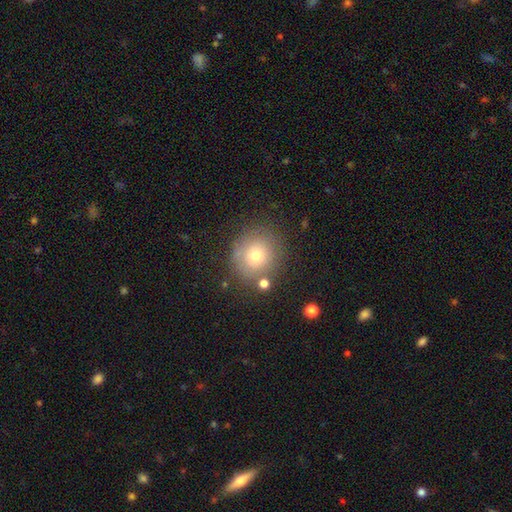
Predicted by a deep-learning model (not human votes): The model was most divided on "smooth or featured": smooth: 70%, featured or disk: 17%, star or artifact: 13%. More confident: how rounded — round (88%); merging — none (77%).